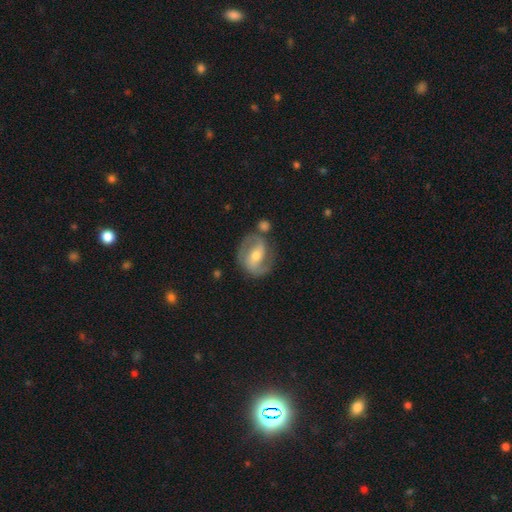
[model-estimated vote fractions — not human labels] Smooth or featured? featured or disk (80%)
Edge-on disk? no (97%)
Bar? weak (40%)
Spiral arms? yes (92%)
Spiral winding? medium (52%)
Spiral arm count? 2 (87%)
Bulge size? moderate (58%)
Merging? none (69%)